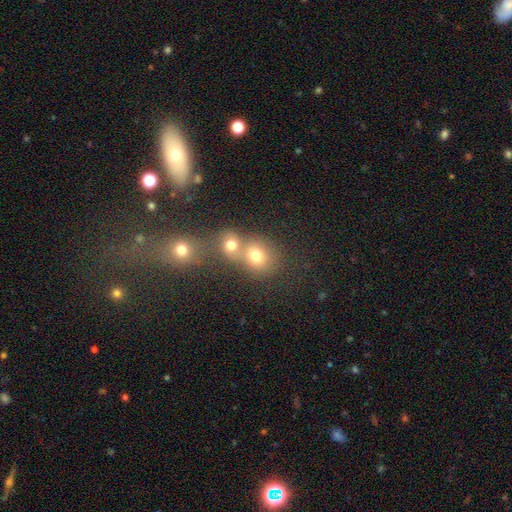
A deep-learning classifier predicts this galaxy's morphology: A smooth galaxy with no disk features (73%) that is round (76%).

Vote fractions:
- Smooth or featured? smooth: 73% / star or artifact: 16% / featured or disk: 11%
- How rounded? round: 76% / in between: 22% / cigar-shaped: 1%
- Merging? merger: 49% / none: 40% / minor disturbance: 7% / major disturbance: 4%